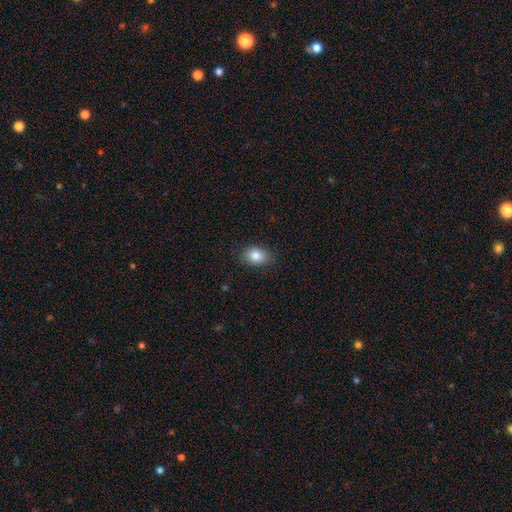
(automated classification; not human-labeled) Overall: smooth (85%). How rounded: in between (74%). Merging: none (85%).